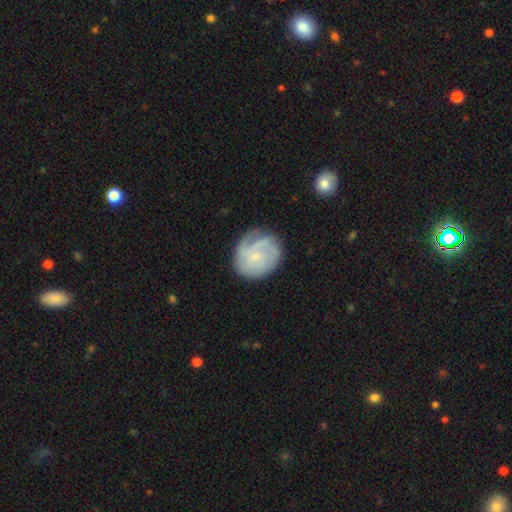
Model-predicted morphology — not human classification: The model was most divided on "spiral arm count": can't tell: 33%, 3: 27%, 2: 17%, 4: 10%, 1: 8%, more than 4: 5%. Remaining: edge-on disk — no (98%); spiral arms — yes (92%); bulge size — small (75%); smooth or featured — featured or disk (70%); merging — none (67%); bar — no (65%); spiral winding — tight (50%).